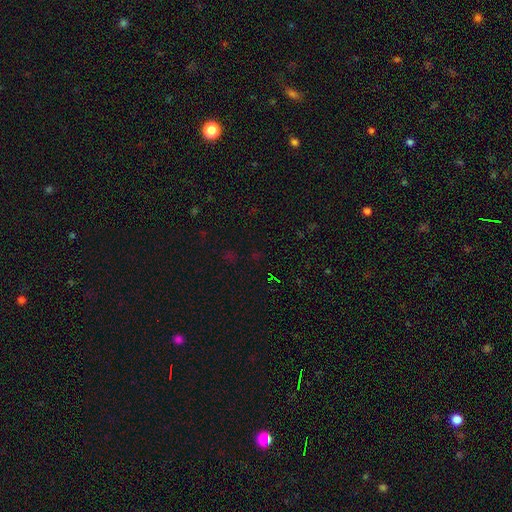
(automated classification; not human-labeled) star or artifact 72%, smooth 20%, featured or disk 9%.